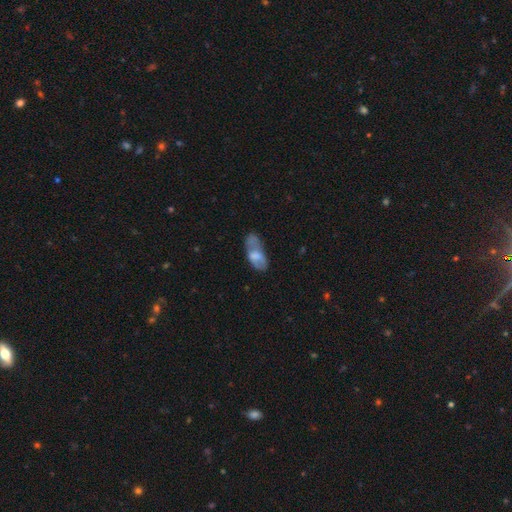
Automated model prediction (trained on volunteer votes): A smooth galaxy with no disk features (59%) that is in between round and cigar-shaped (85%).

Vote fractions:
- Smooth or featured? smooth: 59% / featured or disk: 33% / star or artifact: 8%
- How rounded? in between: 85% / cigar-shaped: 12% / round: 3%
- Merging? none: 39% / minor disturbance: 29% / major disturbance: 22% / merger: 10%